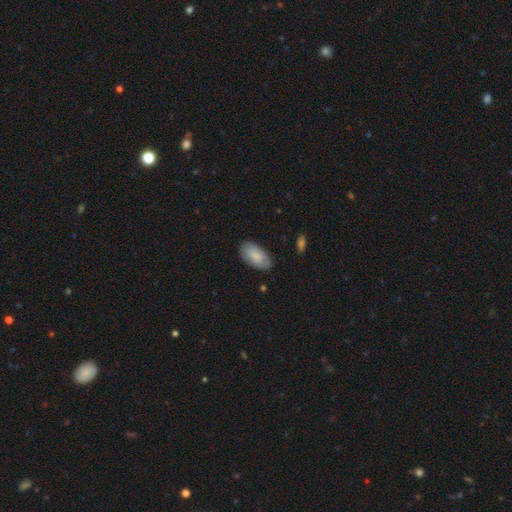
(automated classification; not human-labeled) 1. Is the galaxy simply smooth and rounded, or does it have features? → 79% smooth, 15% featured or disk, 6% star or artifact.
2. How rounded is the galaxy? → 95% in between, 3% round, 3% cigar-shaped.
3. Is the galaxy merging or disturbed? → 82% none, 14% minor disturbance, 3% major disturbance, 1% merger.